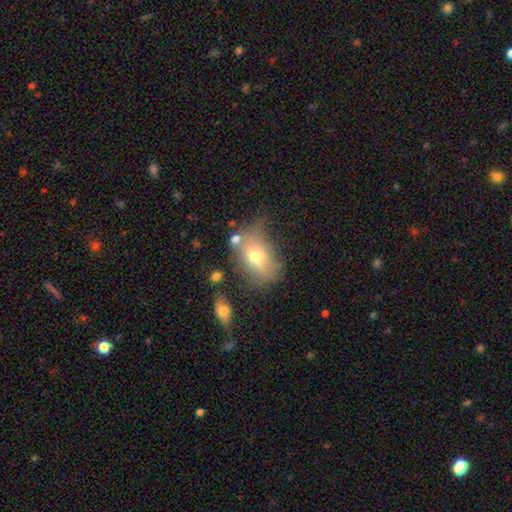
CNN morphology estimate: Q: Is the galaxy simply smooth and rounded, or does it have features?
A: smooth — 56%.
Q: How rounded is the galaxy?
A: in between — 81%.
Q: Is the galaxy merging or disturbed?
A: none — 50%.